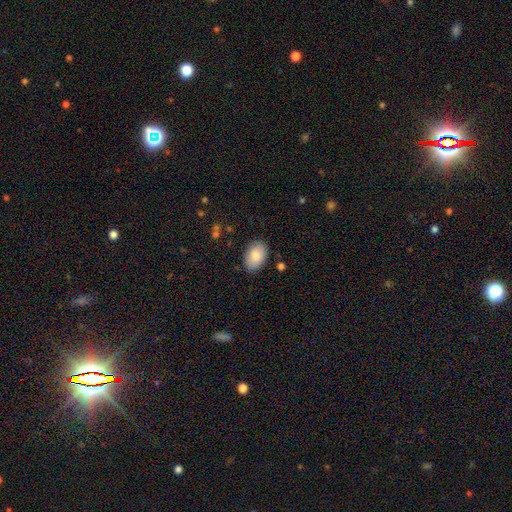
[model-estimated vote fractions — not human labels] A smooth galaxy with no disk features (83%) that is in between round and cigar-shaped (89%). Merging: none (85%).